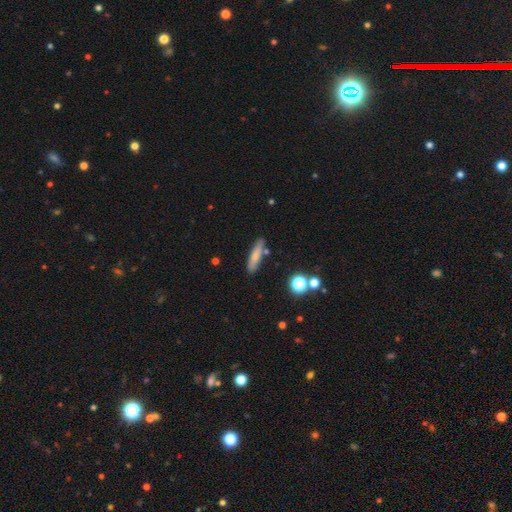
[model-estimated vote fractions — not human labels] A smooth galaxy with no disk features (73%) that is cigar-shaped (77%). Merging: none (80%).